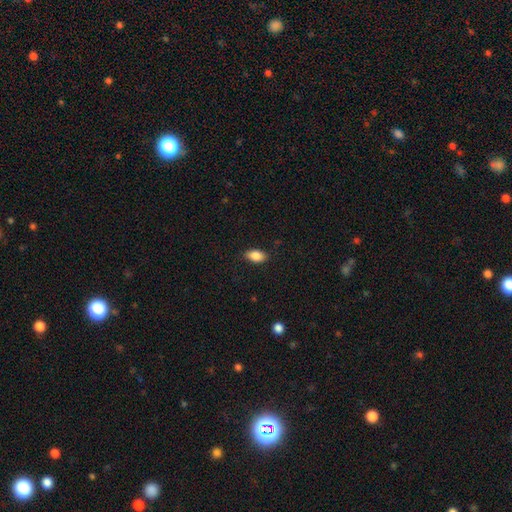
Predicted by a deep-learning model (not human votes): Q: Smooth or featured?
A: smooth (87%); runner-up: star or artifact (8%)
Q: How rounded?
A: in between (91%); runner-up: round (6%)
Q: Merging?
A: none (86%); runner-up: minor disturbance (10%)